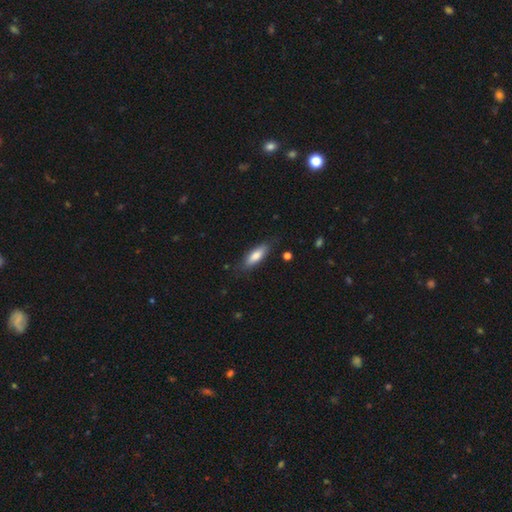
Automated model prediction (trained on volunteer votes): smooth_or_featured: smooth (p=0.78) [alt: featured or disk p=0.16]
how_rounded: in between (p=0.58) [alt: cigar-shaped p=0.40]
merging: none (p=0.80) [alt: minor disturbance p=0.15]